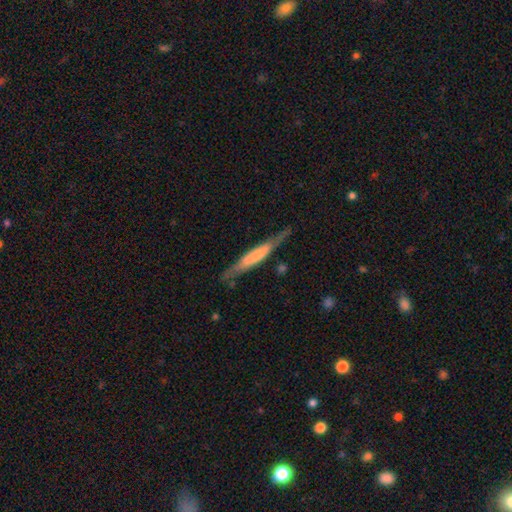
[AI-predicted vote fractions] Smooth or featured? featured or disk (48%)
Merging? none (73%)